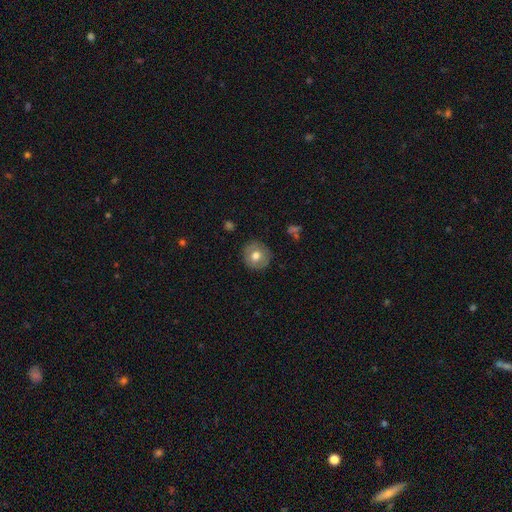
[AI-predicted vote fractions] smooth_or_featured: smooth (p=0.68) [alt: featured or disk p=0.25]
how_rounded: round (p=0.91) [alt: in between p=0.08]
merging: none (p=0.87) [alt: minor disturbance p=0.09]